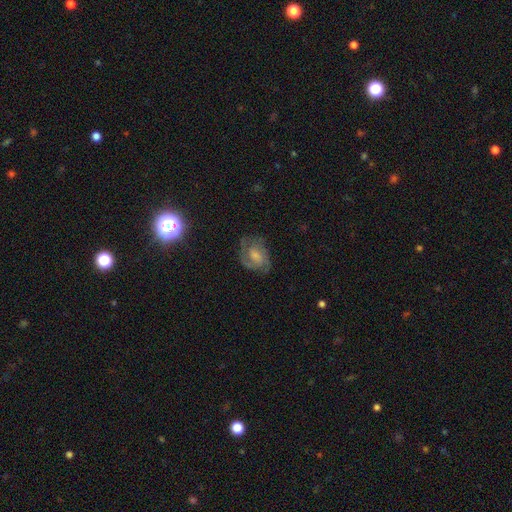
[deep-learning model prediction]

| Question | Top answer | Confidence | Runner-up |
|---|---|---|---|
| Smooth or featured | featured or disk | 68% | smooth (24%) |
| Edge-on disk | no | 97% | yes (3%) |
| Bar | no | 57% | weak (36%) |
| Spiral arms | yes | 89% | no (11%) |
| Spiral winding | medium | 45% | tight (41%) |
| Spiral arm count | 2 | 41% | can't tell (24%) |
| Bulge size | small | 40% | moderate (37%) |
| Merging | none | 63% | minor disturbance (22%) |